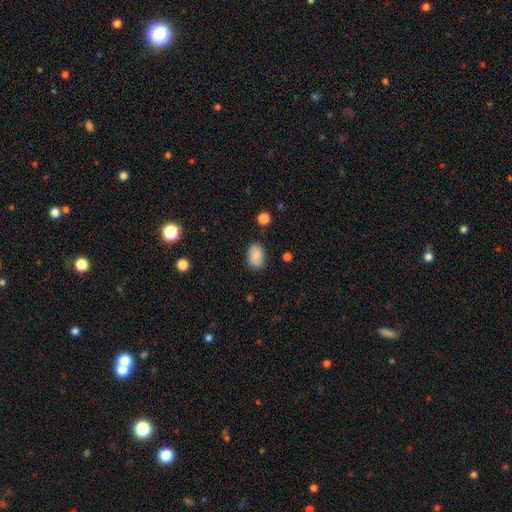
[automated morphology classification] Smooth or featured? Predicted: smooth (p=0.71). How rounded? Predicted: in between (p=0.74). Merging? Predicted: none (p=0.73).